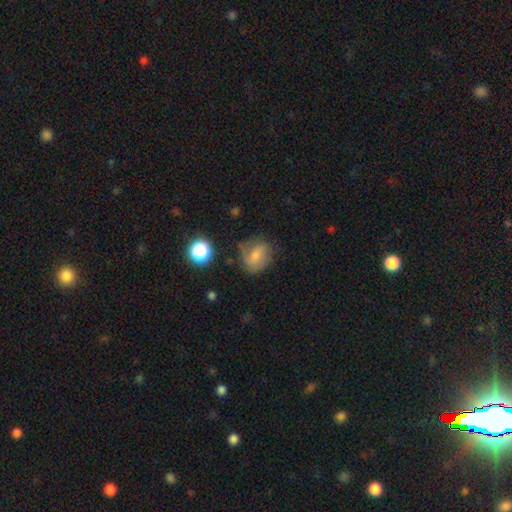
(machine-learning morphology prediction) This appears to be a smooth galaxy with no disk features (60%) that is round (59%). Merging: none (58%).